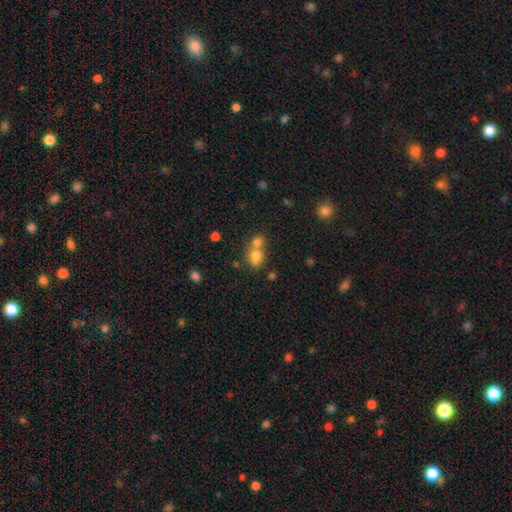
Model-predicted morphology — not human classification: Q: Smooth or featured?
A: smooth (76%); runner-up: star or artifact (12%)
Q: How rounded?
A: in between (51%); runner-up: round (48%)
Q: Merging?
A: merger (59%); runner-up: none (30%)